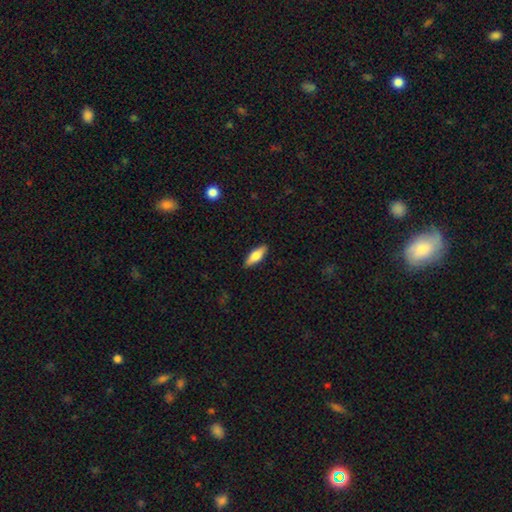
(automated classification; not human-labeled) Smooth or featured? Predicted: smooth (p=0.65). How rounded? Predicted: in between (p=0.57). Merging? Predicted: none (p=0.89).